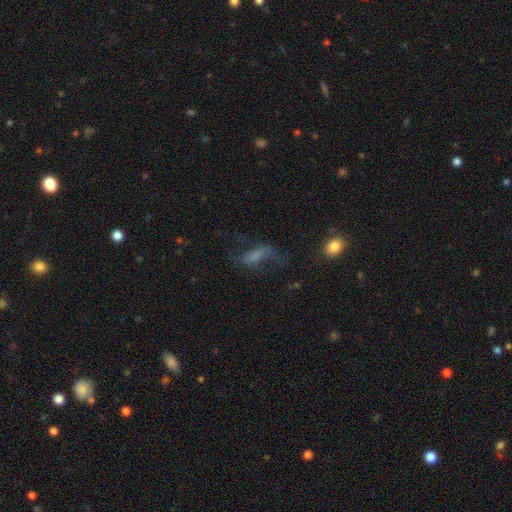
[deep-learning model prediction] This is possibly a featured or disk galaxy (51%). It is clearly not viewed edge-on (90%). Merging: marginally none (42%).